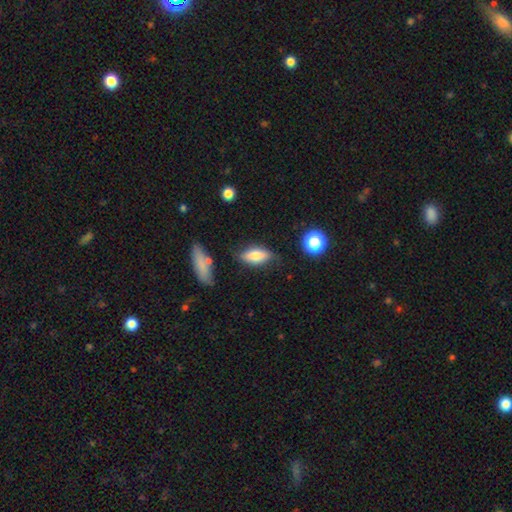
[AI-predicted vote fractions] Morphology: type=smooth (66%); roundness=in between (75%); merging=none (72%).